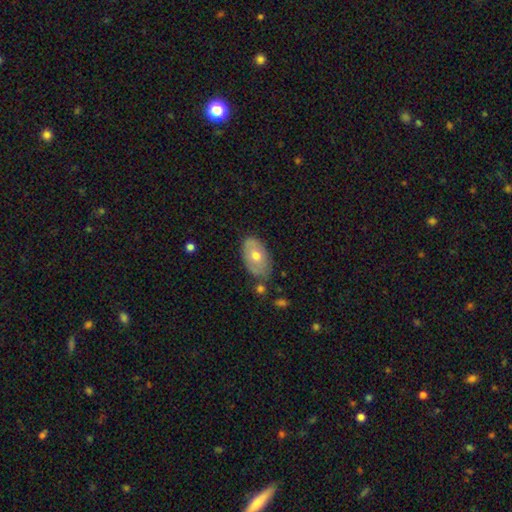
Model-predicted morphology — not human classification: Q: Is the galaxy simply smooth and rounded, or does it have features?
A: smooth — 58%.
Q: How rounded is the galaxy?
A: in between — 91%.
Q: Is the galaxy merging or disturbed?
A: none — 70%.